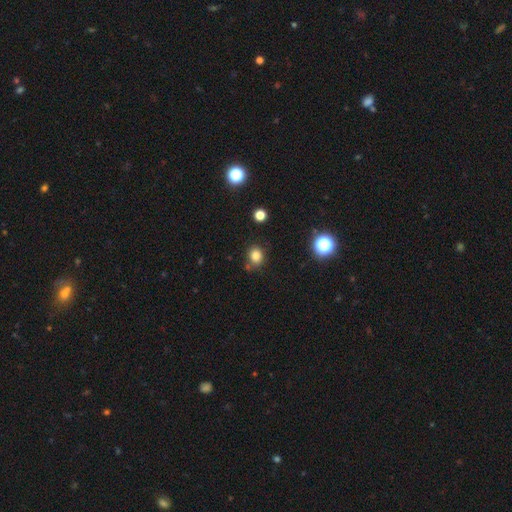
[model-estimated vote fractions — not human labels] Overall: smooth (81%). How rounded: round (64%; in between 35%). Merging: none (78%).